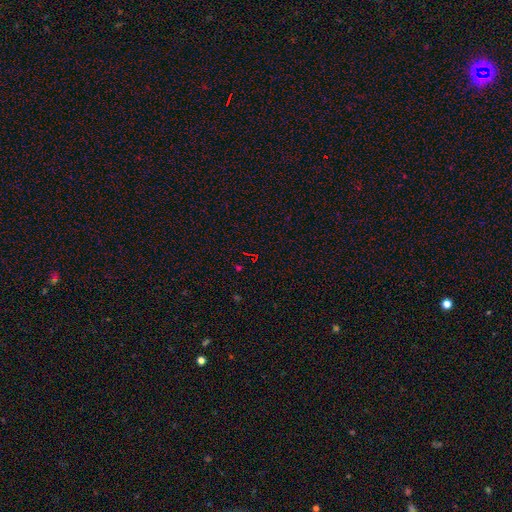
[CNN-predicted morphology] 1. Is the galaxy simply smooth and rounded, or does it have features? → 73% star or artifact, 17% smooth, 9% featured or disk.